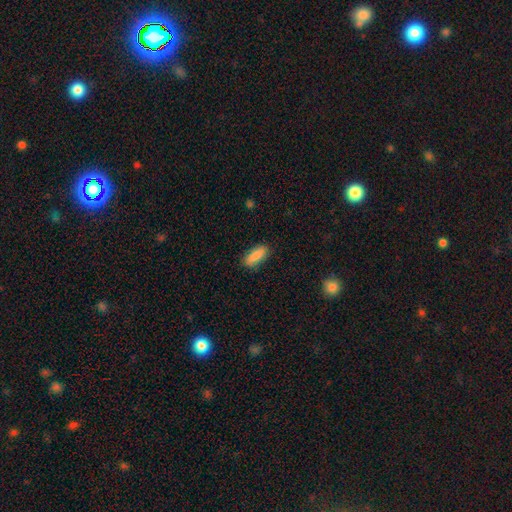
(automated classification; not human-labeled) This appears to be a smooth galaxy with no disk features (88%) that is in between round and cigar-shaped (71%). Merging: none (85%).